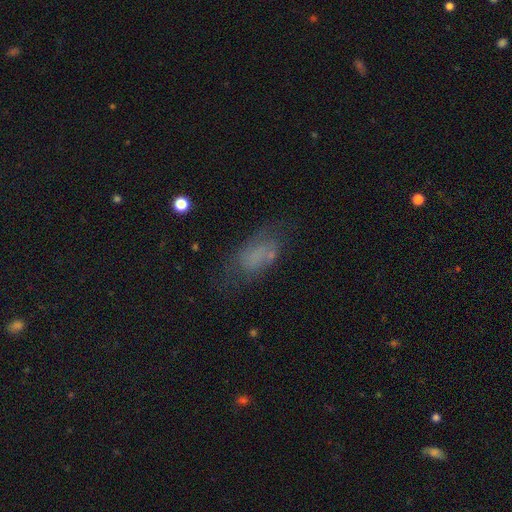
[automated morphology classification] Q: Smooth or featured?
A: smooth (57%); runner-up: featured or disk (28%)
Q: How rounded?
A: in between (87%); runner-up: cigar-shaped (7%)
Q: Merging?
A: none (54%); runner-up: minor disturbance (23%)